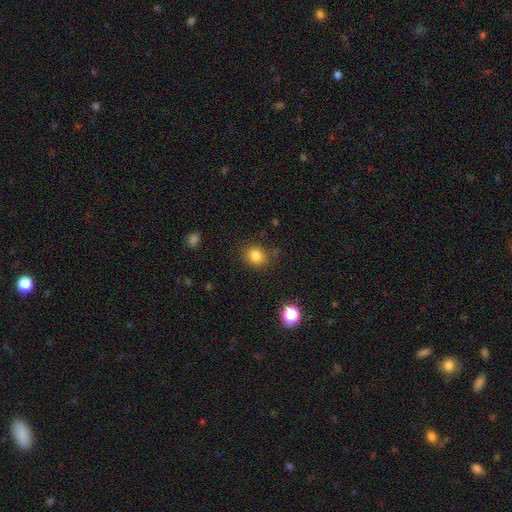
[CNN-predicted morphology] Overall: smooth (82%). How rounded: round (73%). Merging: none (79%).